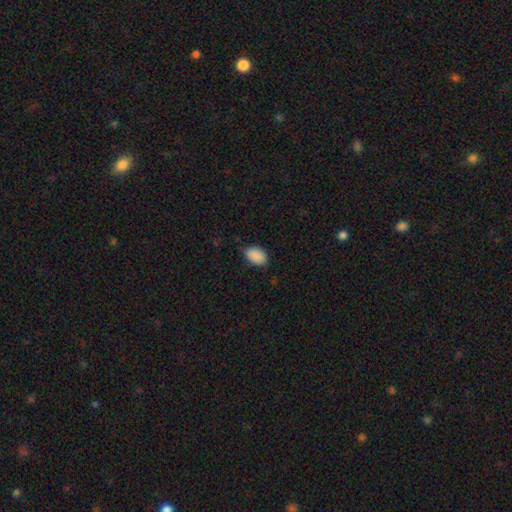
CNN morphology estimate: Smooth or featured? Predicted: smooth (p=0.89). How rounded? Predicted: in between (p=0.88). Merging? Predicted: none (p=0.77).